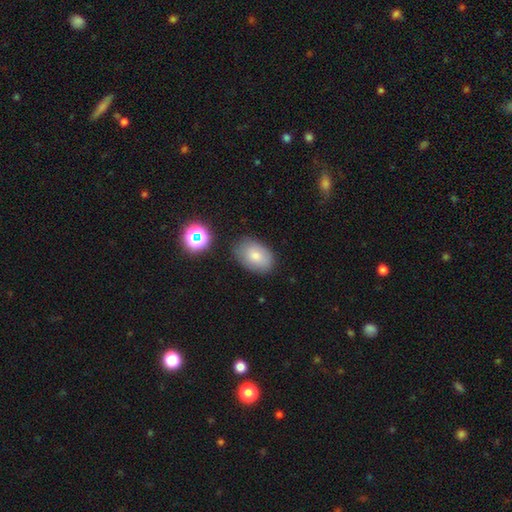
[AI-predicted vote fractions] Morphology: type=smooth (78%); roundness=in between (86%); merging=none (80%).